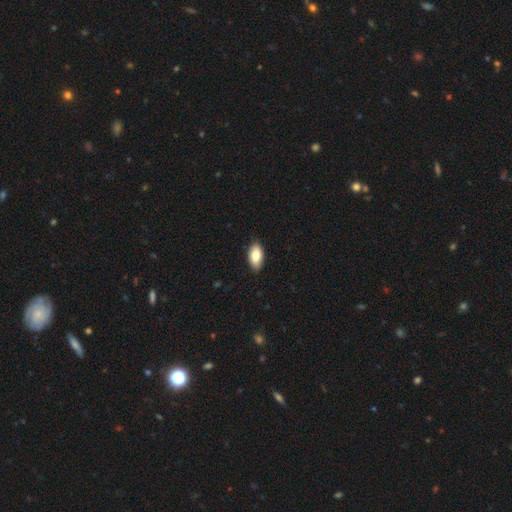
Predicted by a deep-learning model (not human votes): Overall: smooth (82%). How rounded: in between (93%). Merging: none (89%).